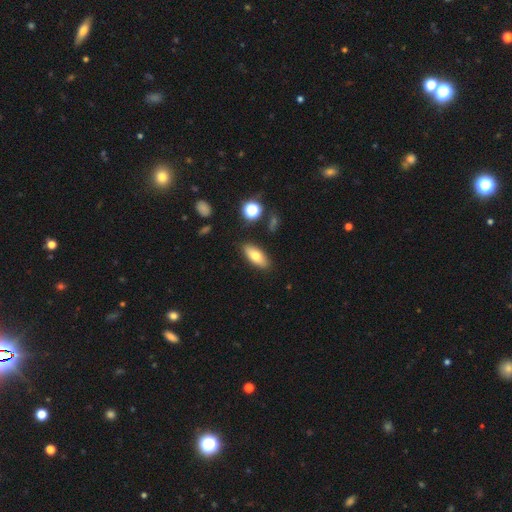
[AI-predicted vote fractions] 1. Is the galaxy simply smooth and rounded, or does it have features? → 70% smooth, 22% featured or disk, 8% star or artifact.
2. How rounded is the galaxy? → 76% in between, 21% cigar-shaped, 3% round.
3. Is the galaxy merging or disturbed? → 86% none, 10% minor disturbance, 2% major disturbance, 2% merger.